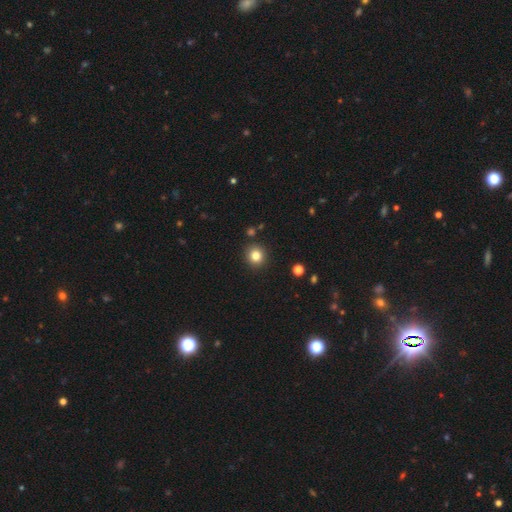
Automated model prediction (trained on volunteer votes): Q: Smooth or featured?
A: smooth (82%); runner-up: star or artifact (12%)
Q: How rounded?
A: round (92%); runner-up: in between (7%)
Q: Merging?
A: none (90%); runner-up: minor disturbance (6%)